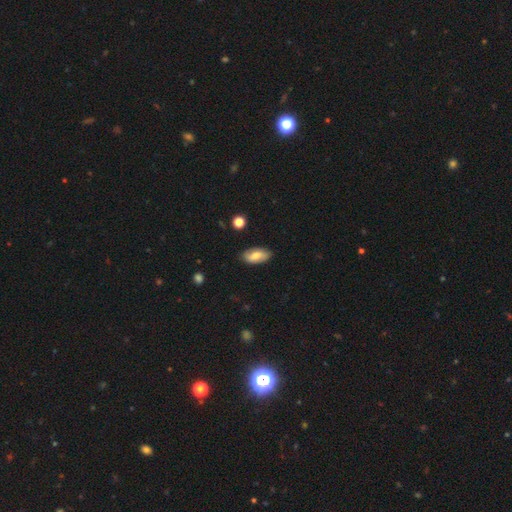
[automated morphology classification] This appears to be a smooth galaxy with no disk features (67%) that is in between round and cigar-shaped (91%). Merging: none (83%).